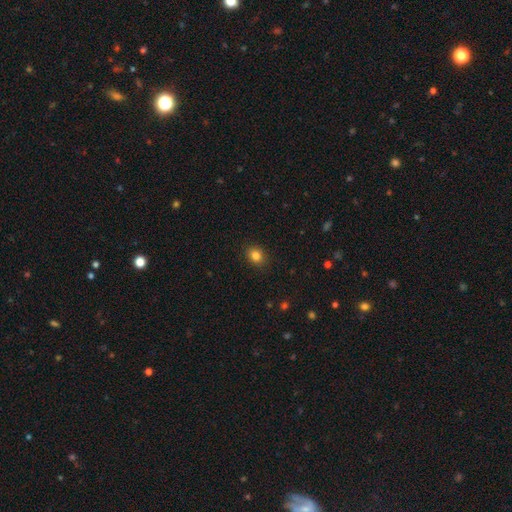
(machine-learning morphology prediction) This appears to be a smooth galaxy with no disk features (84%) that is round (61%). Merging: none (89%).